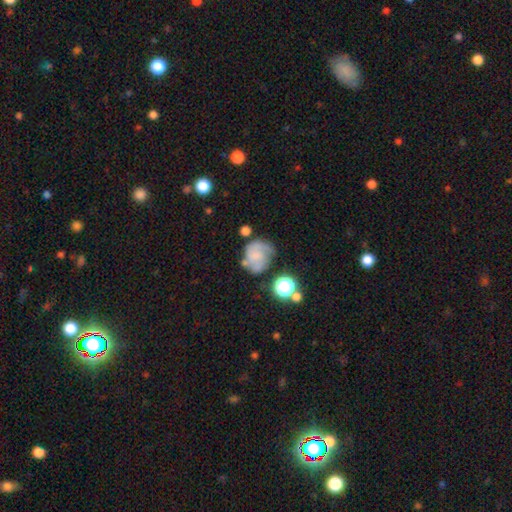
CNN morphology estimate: Smooth or featured?
  - featured or disk: 46% *
  - smooth: 42%
  - star or artifact: 11%
Merging?
  - none: 46% *
  - minor disturbance: 27%
  - major disturbance: 19%
  - merger: 8%